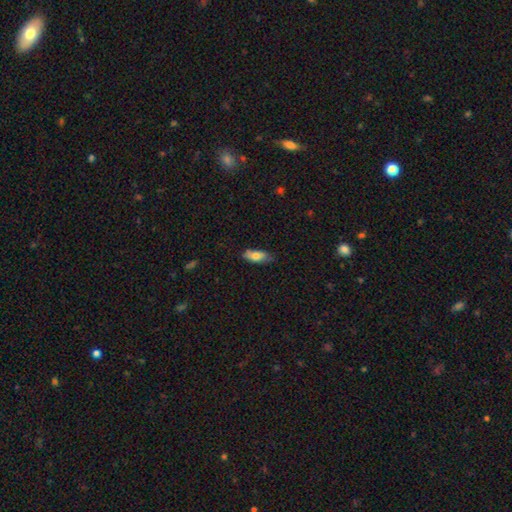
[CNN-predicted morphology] This is likely a smooth galaxy (76%). How rounded: likely in between (77%). Merging: likely none (73%).